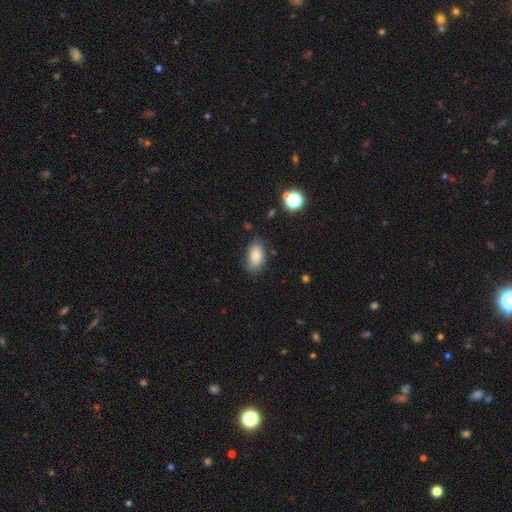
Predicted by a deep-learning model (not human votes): The model was most divided on "merging": none: 75%, minor disturbance: 19%, major disturbance: 4%, merger: 2%. More confident: how rounded — in between (92%); smooth or featured — smooth (79%).